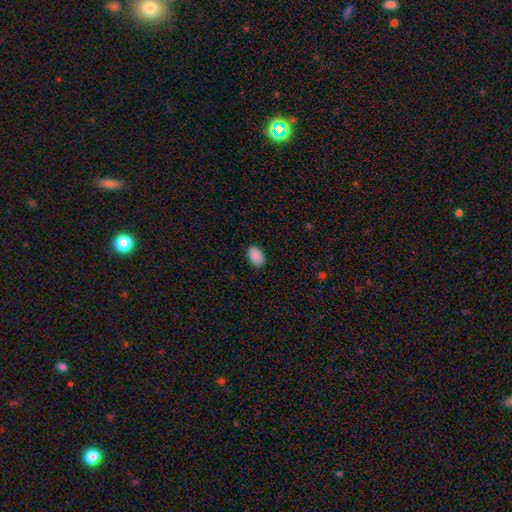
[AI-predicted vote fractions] A smooth galaxy with no disk features (90%) that is in between round and cigar-shaped (88%).

Vote fractions:
- Smooth or featured? smooth: 90% / star or artifact: 7% / featured or disk: 2%
- How rounded? in between: 88% / round: 11% / cigar-shaped: 1%
- Merging? none: 88% / minor disturbance: 9% / major disturbance: 2% / merger: 1%